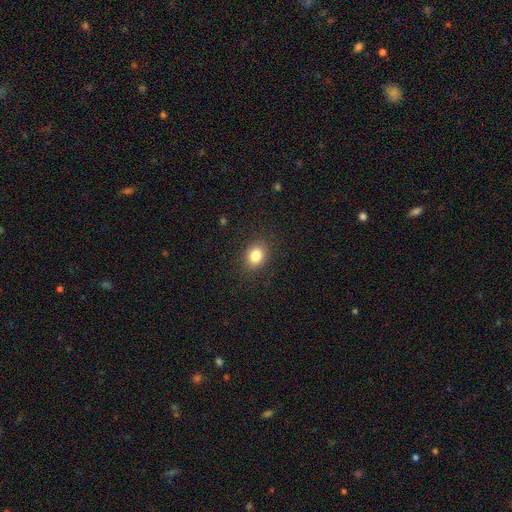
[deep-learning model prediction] A smooth galaxy with no disk features (83%) that is in between round and cigar-shaped (52%). Merging: none (87%).